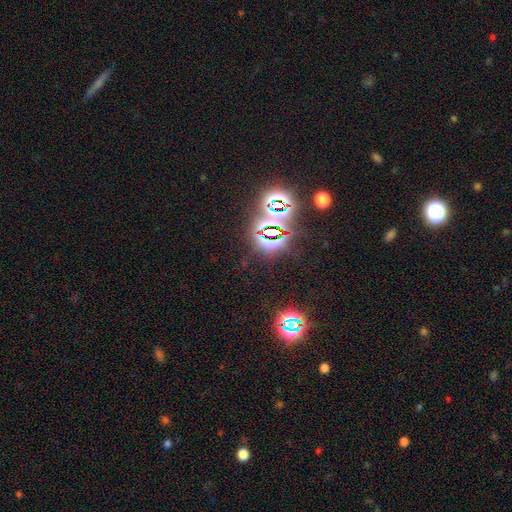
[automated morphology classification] This appears to be a star or artifact, not a galaxy (78%).